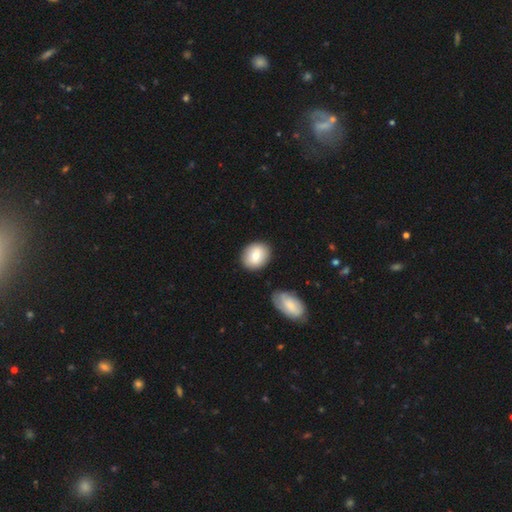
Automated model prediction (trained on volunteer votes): smooth-or-featured: smooth: 76% | featured or disk: 17% | star or artifact: 7%
  how-rounded: round: 54% | in between: 44% | cigar-shaped: 1%
  merging: none: 84% | minor disturbance: 10% | merger: 4% | major disturbance: 2%